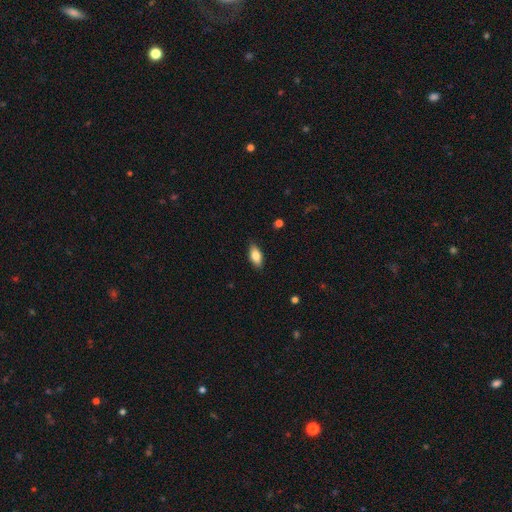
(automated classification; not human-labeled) This is likely a smooth galaxy (78%). How rounded: clearly in between (85%). Merging: clearly none (85%).